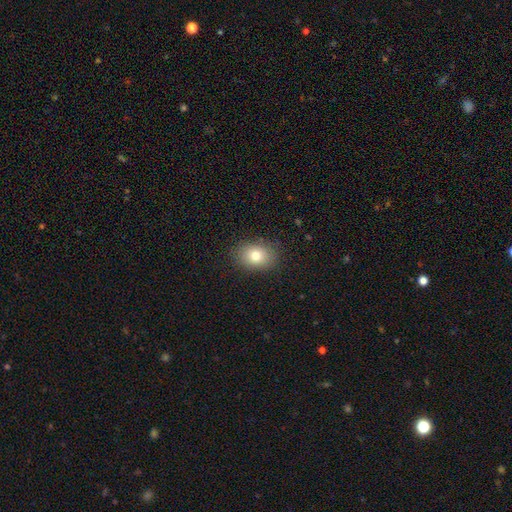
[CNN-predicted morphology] Smooth or featured?
  - smooth: 80% *
  - star or artifact: 10%
  - featured or disk: 10%
How rounded?
  - in between: 68% *
  - round: 31%
  - cigar-shaped: 1%
Merging?
  - none: 86% *
  - minor disturbance: 10%
  - major disturbance: 3%
  - merger: 1%